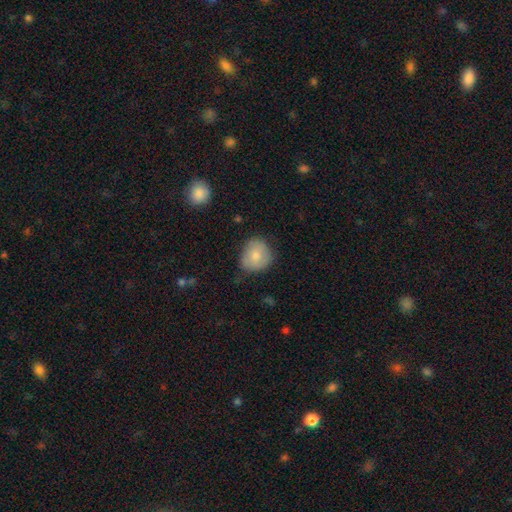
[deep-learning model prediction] Smooth or featured?
  - smooth: 77% *
  - featured or disk: 16%
  - star or artifact: 7%
How rounded?
  - round: 74% *
  - in between: 25%
  - cigar-shaped: 1%
Merging?
  - none: 66% *
  - minor disturbance: 27%
  - major disturbance: 6%
  - merger: 2%